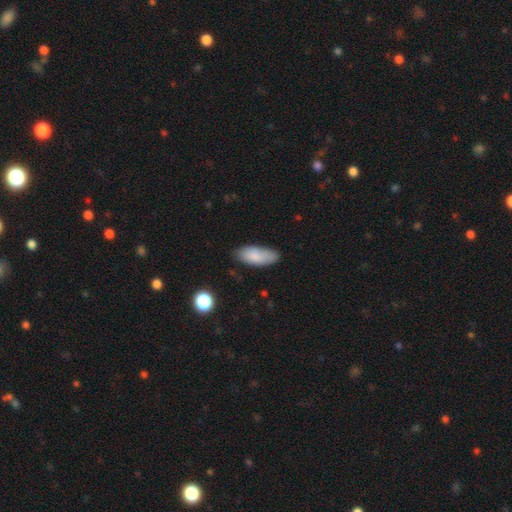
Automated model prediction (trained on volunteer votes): A smooth galaxy with no disk features (84%) that is in between round and cigar-shaped (79%).

Vote fractions:
- Smooth or featured? smooth: 84% / featured or disk: 10% / star or artifact: 6%
- How rounded? in between: 79% / cigar-shaped: 20% / round: 2%
- Merging? none: 76% / minor disturbance: 19% / major disturbance: 3% / merger: 2%